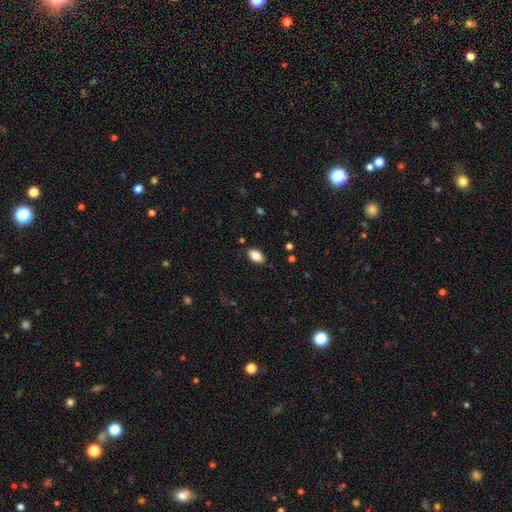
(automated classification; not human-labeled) smooth 86%, star or artifact 8%, featured or disk 6%. Down the decision tree: how rounded — in between (92%); merging — none (84%).